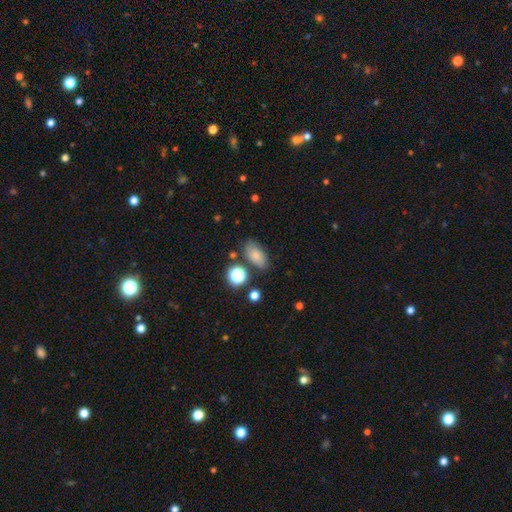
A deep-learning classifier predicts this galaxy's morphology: Q: Smooth or featured?
A: smooth (74%); runner-up: featured or disk (14%)
Q: How rounded?
A: in between (87%); runner-up: round (10%)
Q: Merging?
A: none (73%); runner-up: minor disturbance (17%)